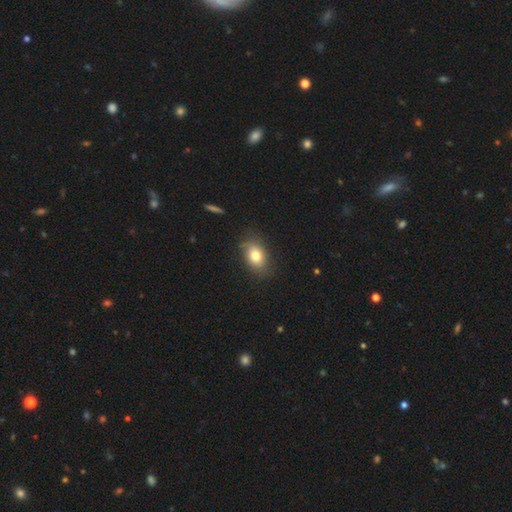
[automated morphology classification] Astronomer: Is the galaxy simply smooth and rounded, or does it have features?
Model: smooth — 75%.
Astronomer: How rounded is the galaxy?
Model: in between — 78%.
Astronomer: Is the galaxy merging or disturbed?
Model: none — 71%.